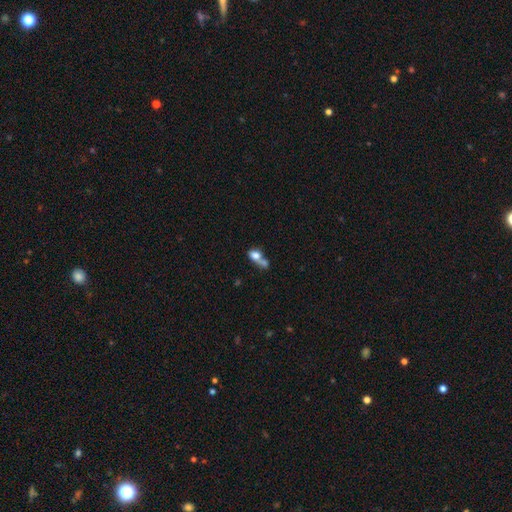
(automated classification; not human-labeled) This is likely a smooth galaxy (72%). How rounded: likely in between (72%). Merging: possibly merger (59%).